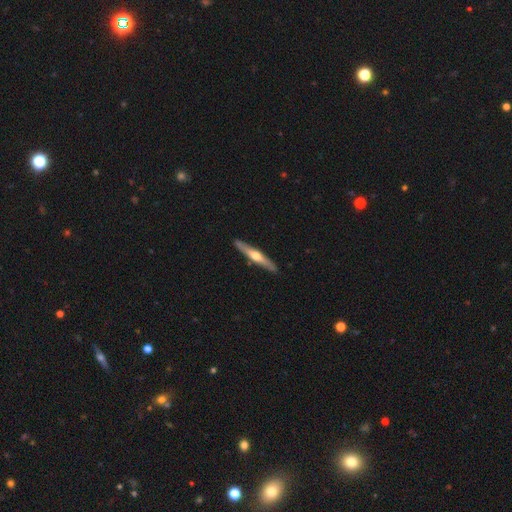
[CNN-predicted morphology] type=featured or disk (64%); edge-on=yes (95%); edge-on bulge=rounded (91%); merging=none (90%).